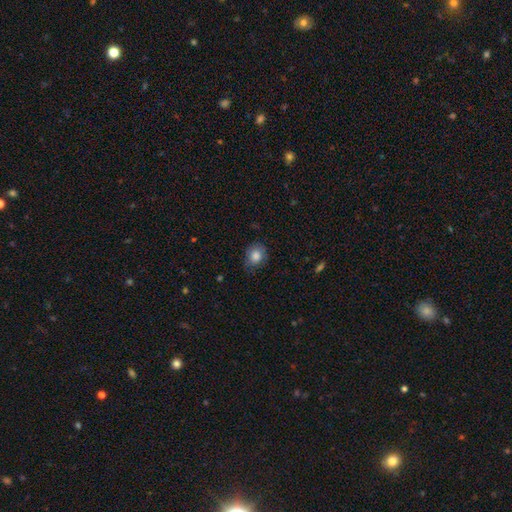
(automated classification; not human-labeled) smooth-or-featured: smooth: 82% | featured or disk: 10% | star or artifact: 8%
  how-rounded: round: 57% | in between: 42% | cigar-shaped: 1%
  merging: none: 69% | minor disturbance: 24% | major disturbance: 6% | merger: 1%